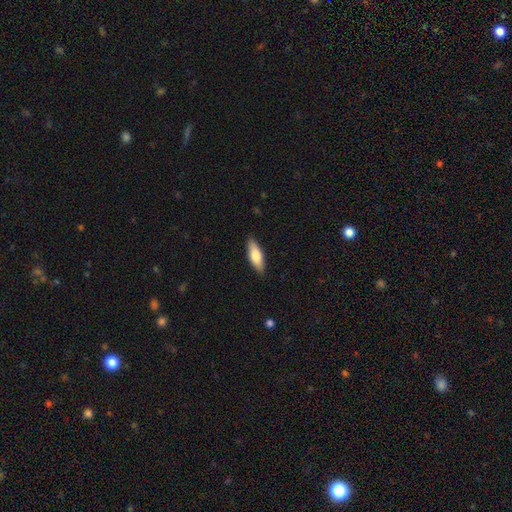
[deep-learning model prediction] Overall: smooth (74%). How rounded: in between (57%; cigar-shaped 41%). Merging: none (88%).